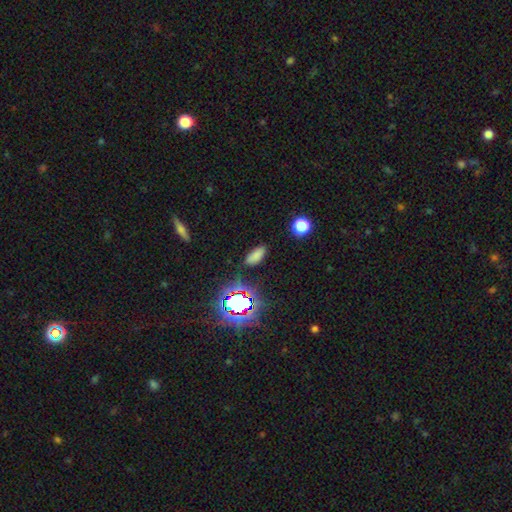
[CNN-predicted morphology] Smooth or featured: smooth — 75% (star or artifact — 19%)
How rounded: in between — 86% (cigar-shaped — 10%)
Merging: none — 84% (minor disturbance — 11%)